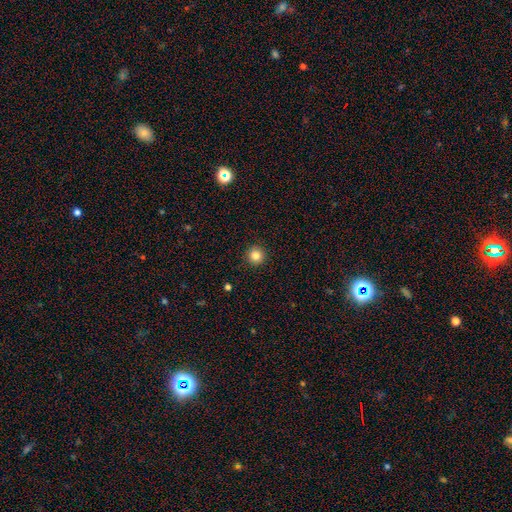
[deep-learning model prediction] Smooth or featured? smooth (84%)
How rounded? round (95%)
Merging? none (93%)